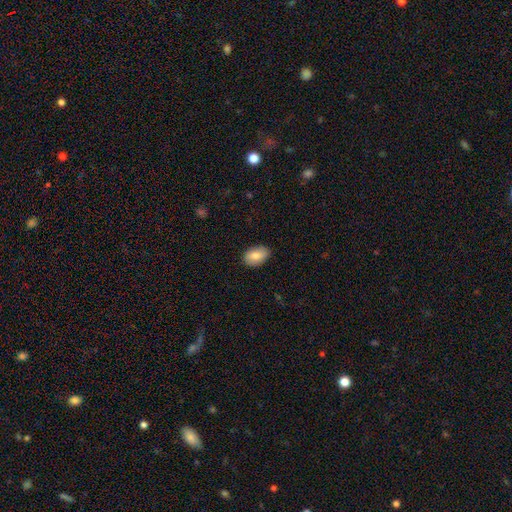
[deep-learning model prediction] Smooth or featured?
  - smooth: 81% *
  - featured or disk: 13%
  - star or artifact: 7%
How rounded?
  - in between: 89% *
  - round: 10%
  - cigar-shaped: 1%
Merging?
  - none: 87% *
  - minor disturbance: 10%
  - major disturbance: 2%
  - merger: 1%